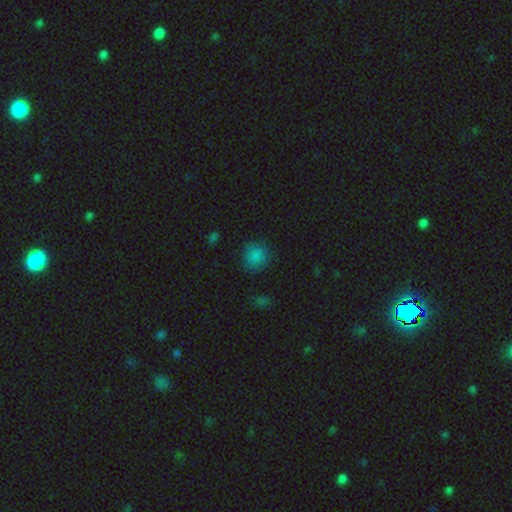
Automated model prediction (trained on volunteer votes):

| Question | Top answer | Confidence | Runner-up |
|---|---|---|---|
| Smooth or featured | smooth | 80% | star or artifact (12%) |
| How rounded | round | 86% | in between (13%) |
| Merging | none | 79% | minor disturbance (15%) |